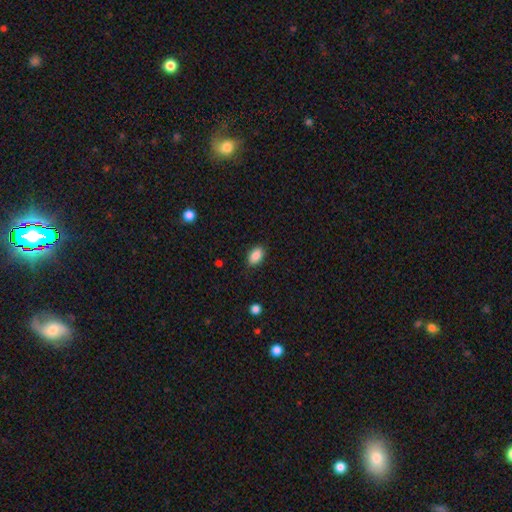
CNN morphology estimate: Smooth or featured: smooth — 88% (star or artifact — 8%)
How rounded: in between — 90% (round — 8%)
Merging: none — 83% (minor disturbance — 13%)